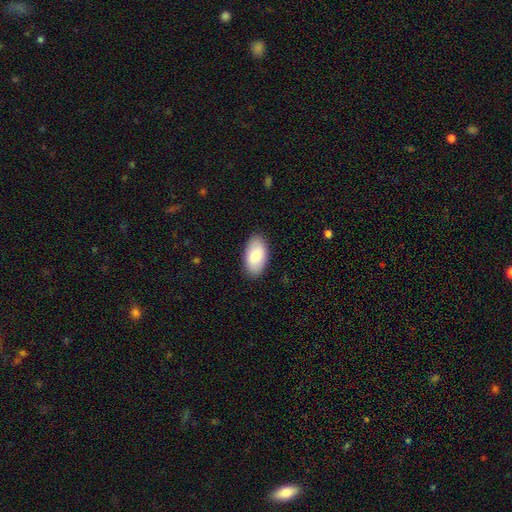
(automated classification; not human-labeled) Morphology: type=smooth (81%); roundness=in between (96%); merging=none (88%).